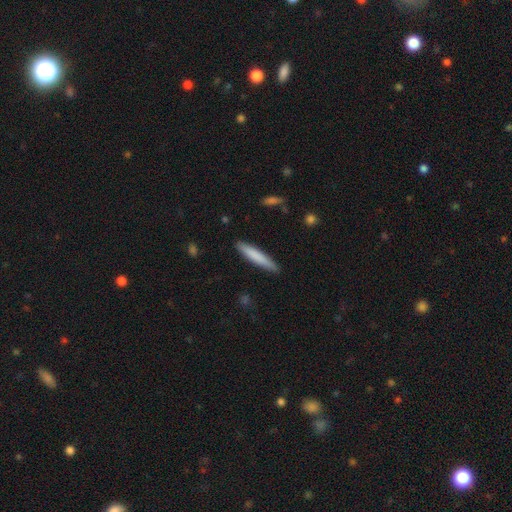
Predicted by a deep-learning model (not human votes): This is likely a smooth galaxy (78%). How rounded: clearly cigar-shaped (92%). Merging: clearly none (86%).